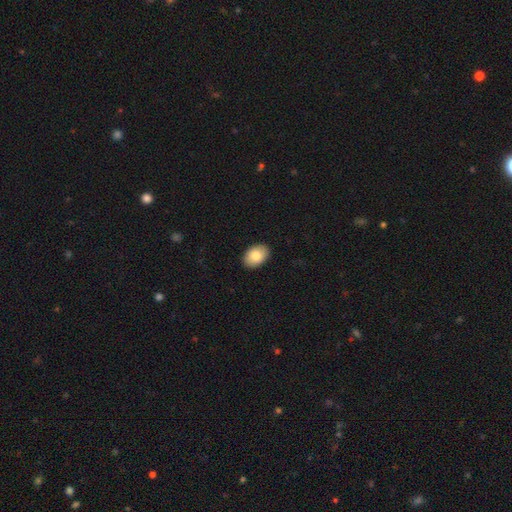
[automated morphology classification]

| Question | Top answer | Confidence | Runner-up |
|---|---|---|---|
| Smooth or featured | smooth | 84% | featured or disk (9%) |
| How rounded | in between | 87% | round (12%) |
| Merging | none | 91% | minor disturbance (7%) |